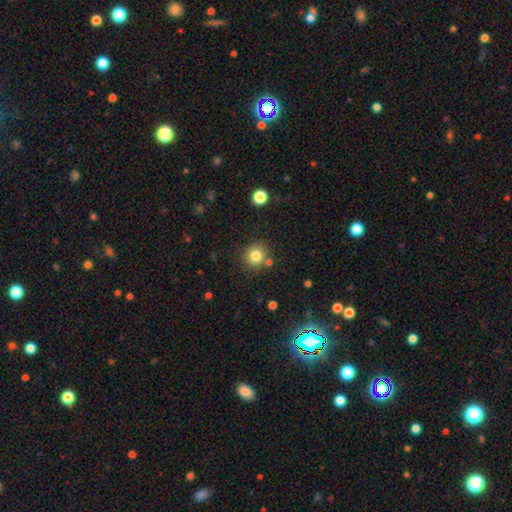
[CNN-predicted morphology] Overall: smooth (81%). How rounded: round (85%). Merging: none (79%).